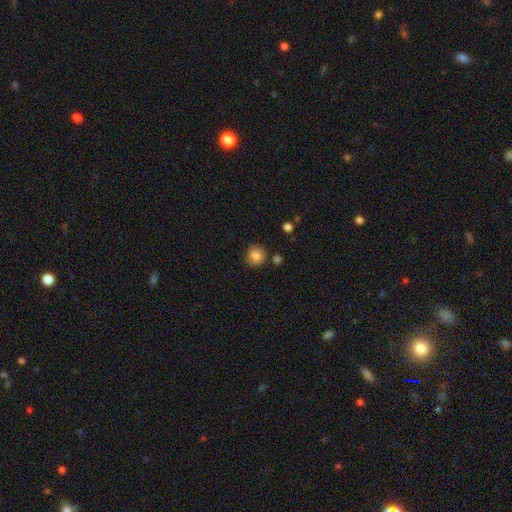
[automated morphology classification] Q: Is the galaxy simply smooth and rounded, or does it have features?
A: smooth — 85%.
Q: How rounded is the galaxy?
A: round — 90%.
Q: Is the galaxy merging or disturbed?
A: none — 83%.